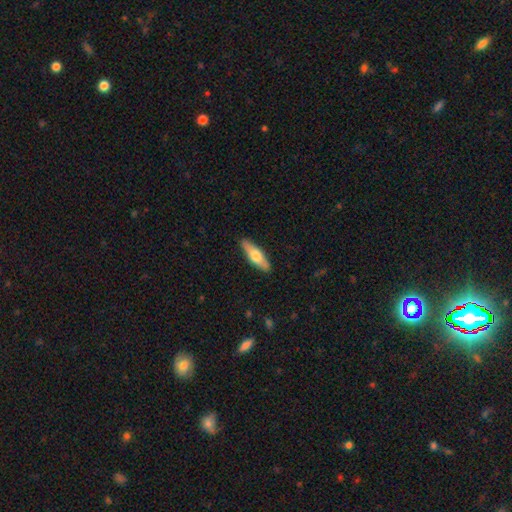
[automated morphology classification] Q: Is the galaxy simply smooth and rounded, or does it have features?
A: smooth — 53%.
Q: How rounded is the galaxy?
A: cigar-shaped — 61%.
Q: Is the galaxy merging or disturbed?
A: none — 90%.